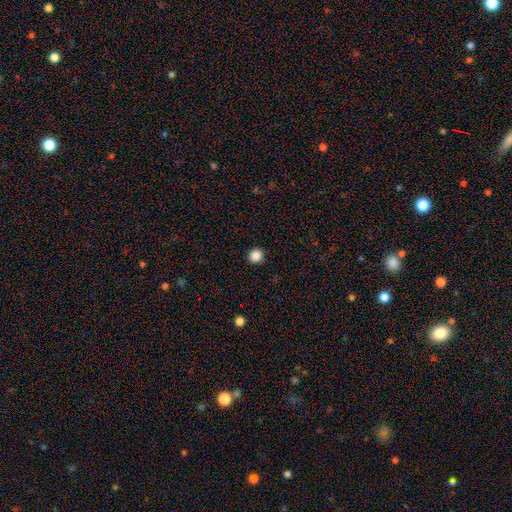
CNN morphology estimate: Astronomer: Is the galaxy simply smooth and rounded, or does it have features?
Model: smooth — 87%.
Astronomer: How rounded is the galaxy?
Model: round — 92%.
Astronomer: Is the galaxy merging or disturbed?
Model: none — 92%.